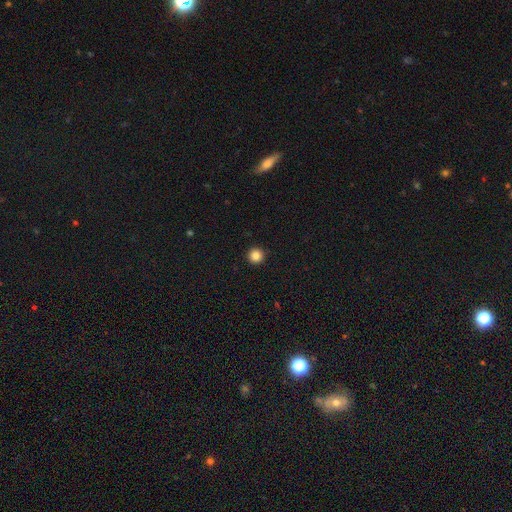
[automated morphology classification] Smooth or featured? Predicted: smooth (p=0.86). How rounded? Predicted: round (p=0.96). Merging? Predicted: none (p=0.94).